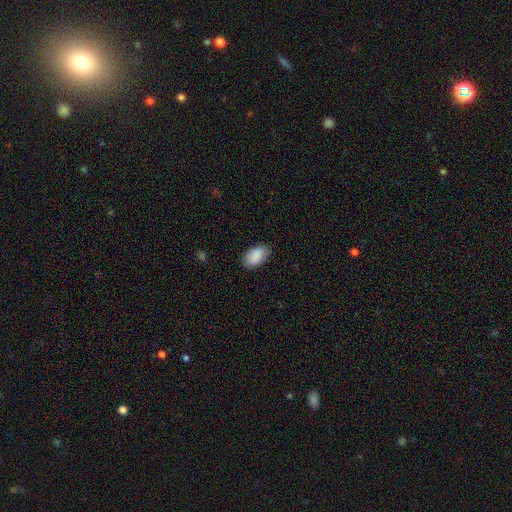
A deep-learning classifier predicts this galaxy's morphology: type=smooth (90%); roundness=in between (93%); merging=none (85%).